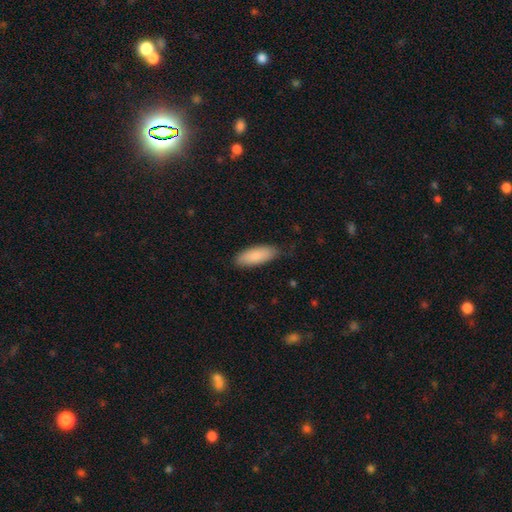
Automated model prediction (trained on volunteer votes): Overall: smooth (87%). How rounded: in between (72%). Merging: none (78%).